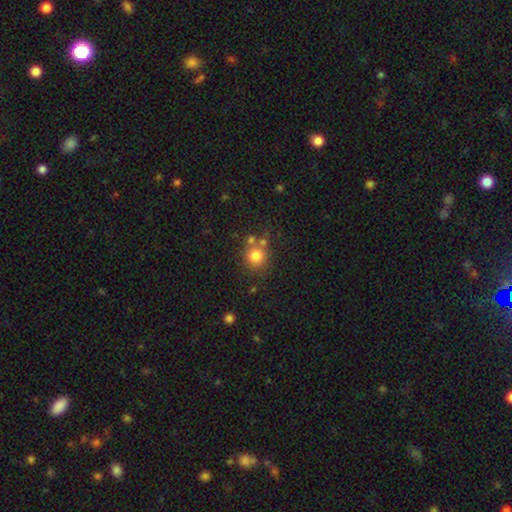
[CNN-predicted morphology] Q: Smooth or featured?
A: smooth (79%); runner-up: star or artifact (13%)
Q: How rounded?
A: round (88%); runner-up: in between (11%)
Q: Merging?
A: none (64%); runner-up: merger (19%)